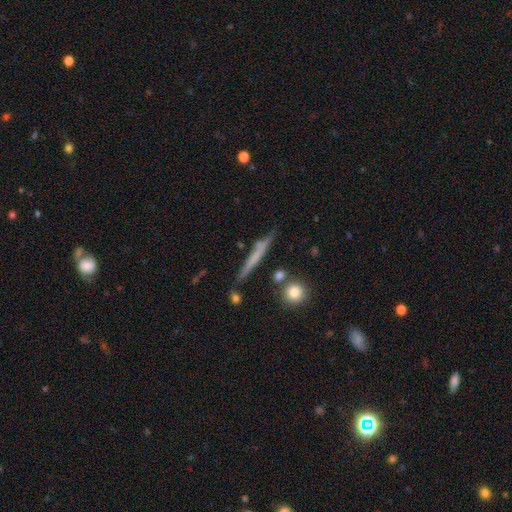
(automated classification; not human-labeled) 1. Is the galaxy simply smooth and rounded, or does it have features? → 48% smooth, 45% featured or disk, 7% star or artifact.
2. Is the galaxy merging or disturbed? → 81% none, 13% minor disturbance, 4% merger, 3% major disturbance.